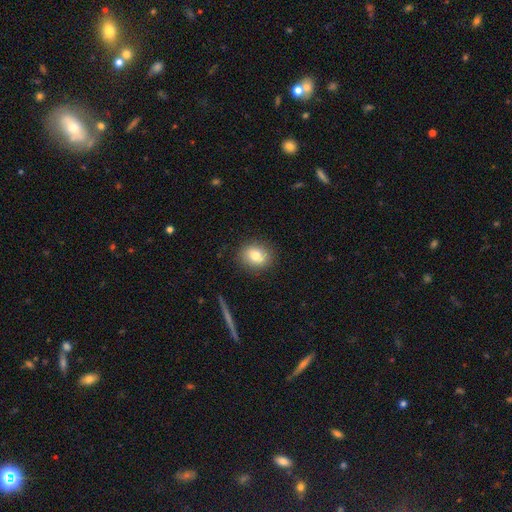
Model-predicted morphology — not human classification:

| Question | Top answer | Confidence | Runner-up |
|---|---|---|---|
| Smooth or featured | smooth | 79% | featured or disk (12%) |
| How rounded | round | 56% | in between (42%) |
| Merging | none | 87% | minor disturbance (9%) |